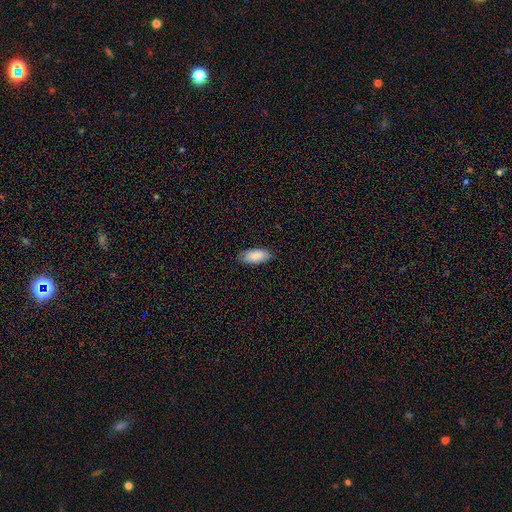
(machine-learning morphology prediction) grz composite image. It shows a smooth galaxy with no disk features (86%) that is in between round and cigar-shaped (91%). Merging: none (83%).